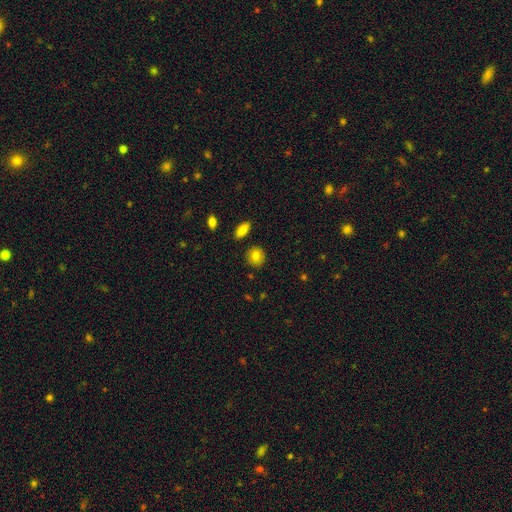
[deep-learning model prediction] The model was most divided on "how rounded": round: 83%, in between: 16%, cigar-shaped: 1%. More confident: merging — none (87%); smooth or featured — smooth (82%).